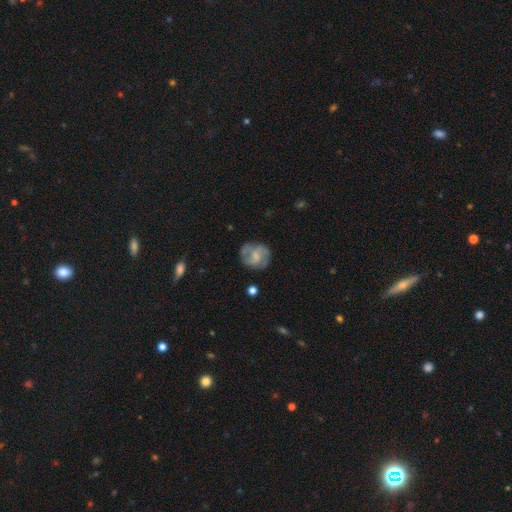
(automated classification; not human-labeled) This appears to be a featured or disk galaxy (63%) with no bar (50%), spiral arms (80%) and a small central bulge (39%). Merging: none (67%).